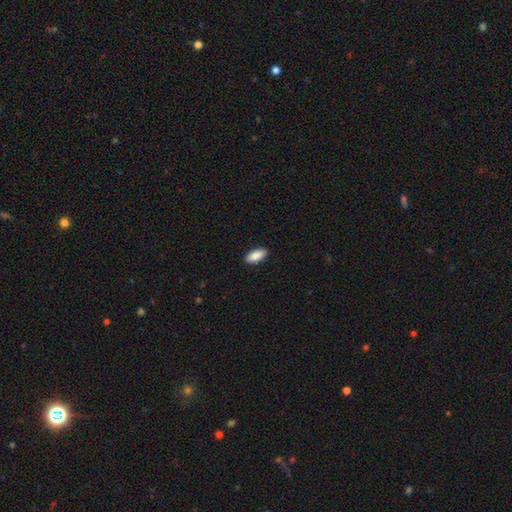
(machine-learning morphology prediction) Smooth or featured? smooth (90%)
How rounded? in between (89%)
Merging? none (90%)